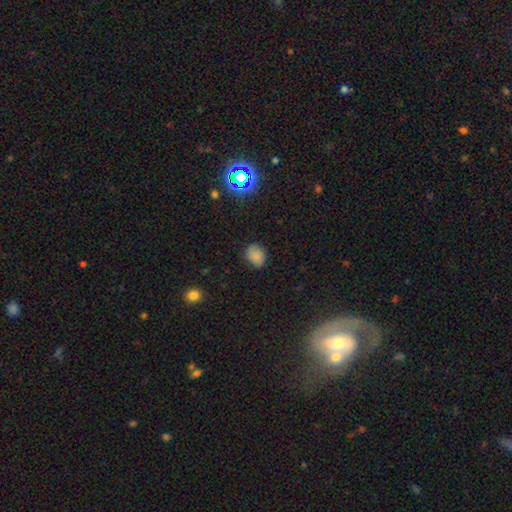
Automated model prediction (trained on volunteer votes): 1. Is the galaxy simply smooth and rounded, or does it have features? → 78% smooth, 14% star or artifact, 8% featured or disk.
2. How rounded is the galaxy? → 53% in between, 46% round, 1% cigar-shaped.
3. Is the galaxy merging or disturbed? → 77% none, 18% minor disturbance, 4% major disturbance, 1% merger.